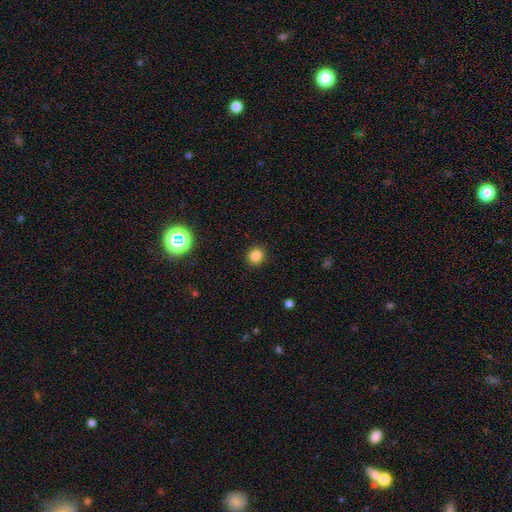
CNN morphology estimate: The model was most divided on "smooth or featured": smooth: 83%, star or artifact: 13%, featured or disk: 4%. More confident: merging — none (91%); how rounded — round (90%).